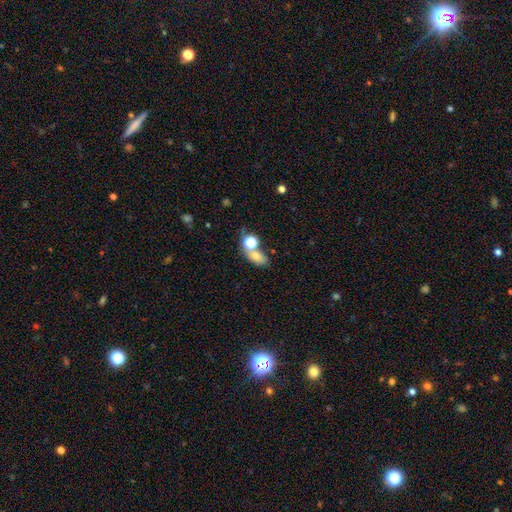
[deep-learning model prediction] Smooth or featured? Predicted: smooth (p=0.70). How rounded? Predicted: in between (p=0.75). Merging? Predicted: none (p=0.45).